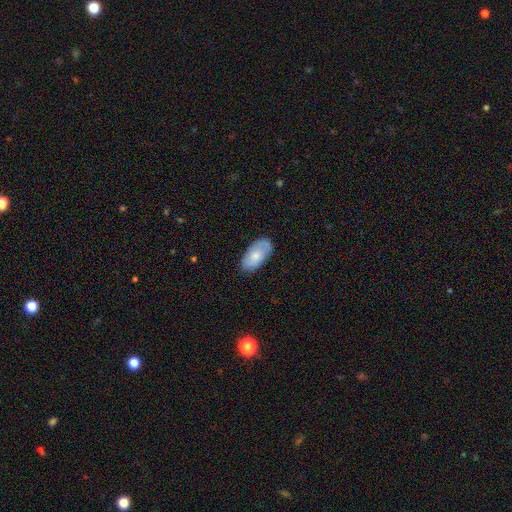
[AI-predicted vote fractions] Smooth or featured: smooth — 62% (featured or disk — 32%)
How rounded: in between — 94% (round — 3%)
Merging: none — 77% (minor disturbance — 18%)